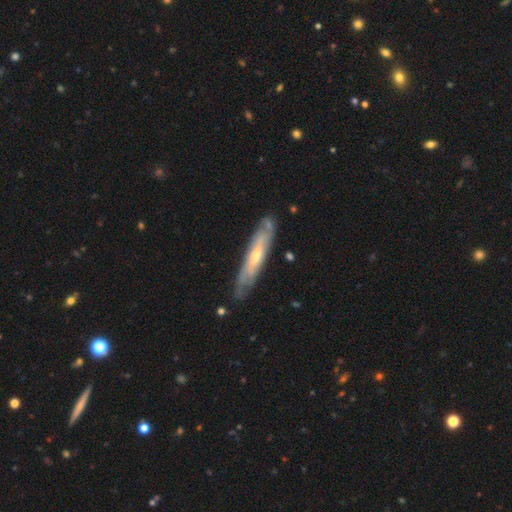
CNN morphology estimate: This is likely a featured or disk galaxy (66%). It is possibly viewed edge-on (56%). Merging: likely none (74%).